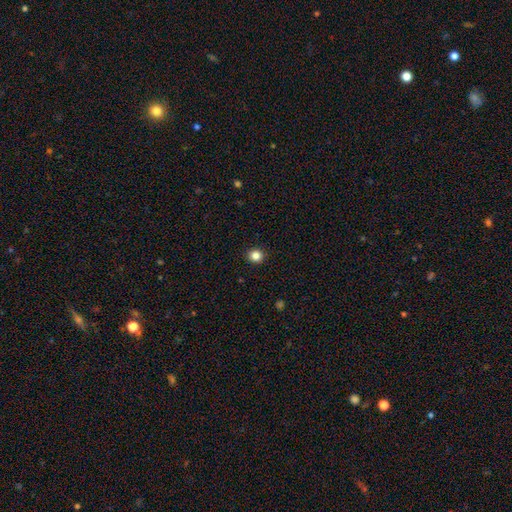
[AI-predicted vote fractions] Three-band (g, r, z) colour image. It shows a smooth galaxy with no disk features (84%) that is round (89%). Merging: none (93%).